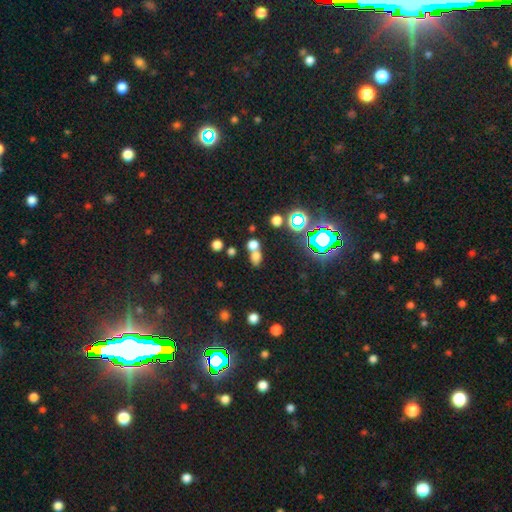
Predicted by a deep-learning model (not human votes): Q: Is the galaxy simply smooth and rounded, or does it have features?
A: smooth — 63%.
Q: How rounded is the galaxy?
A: round — 50%.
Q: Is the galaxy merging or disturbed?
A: merger — 49%.